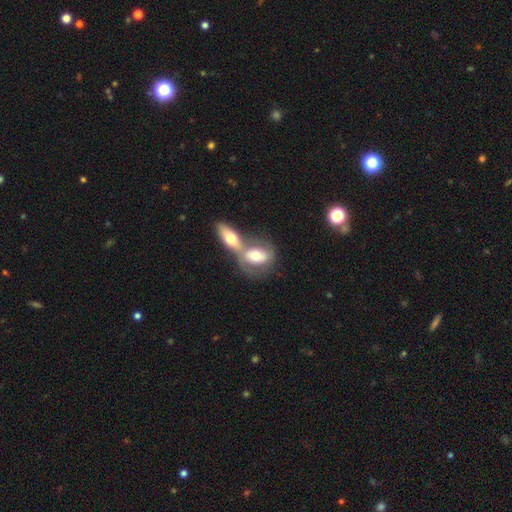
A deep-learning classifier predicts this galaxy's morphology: Smooth or featured? smooth (49%)
Merging? merger (63%)